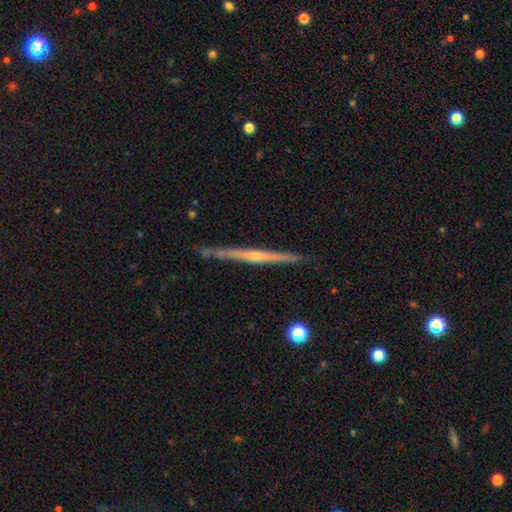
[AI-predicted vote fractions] smooth-or-featured: featured or disk: 77% | smooth: 17% | star or artifact: 6%
  disk-edge-on: yes: 98% | no: 2%
    edge-on-bulge: rounded: 57% | none: 38% | boxy: 5%
  merging: none: 88% | minor disturbance: 9% | merger: 2% | major disturbance: 1%